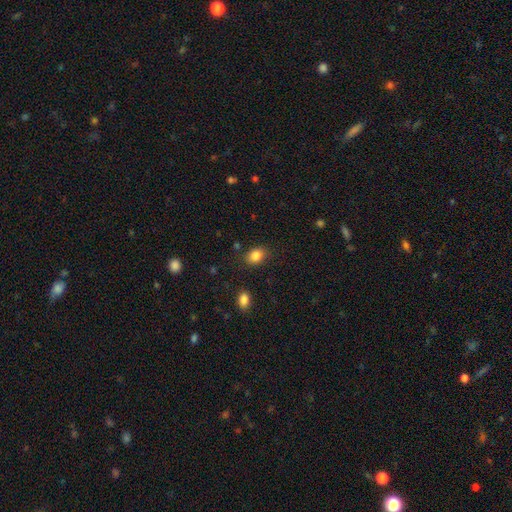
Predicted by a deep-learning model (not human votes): Smooth or featured? Predicted: smooth (p=0.85). How rounded? Predicted: in between (p=0.65). Merging? Predicted: none (p=0.82).